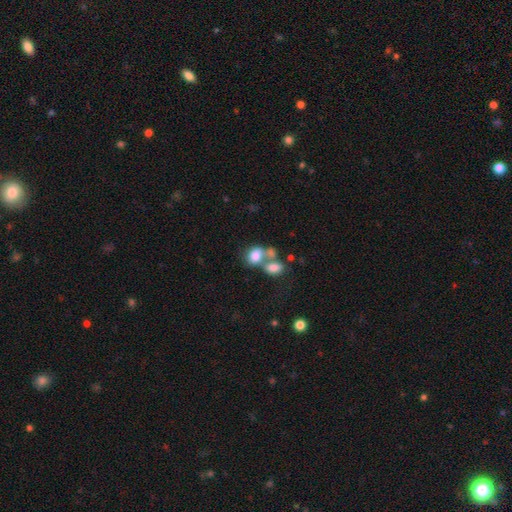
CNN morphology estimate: Q: Smooth or featured?
A: smooth (75%); runner-up: featured or disk (15%)
Q: How rounded?
A: in between (73%); runner-up: round (25%)
Q: Merging?
A: merger (59%); runner-up: none (25%)